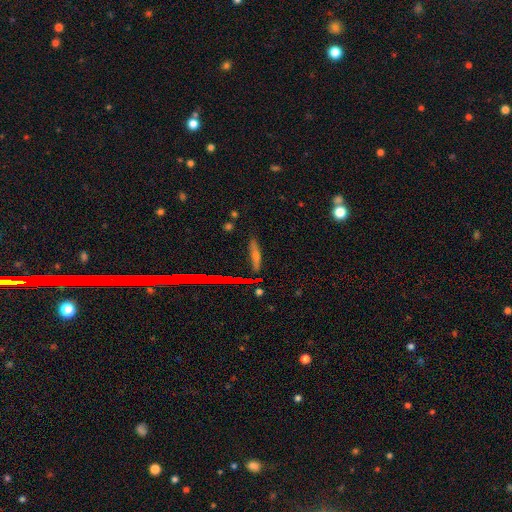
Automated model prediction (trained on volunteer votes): Q: Smooth or featured?
A: featured or disk (44%); runner-up: smooth (41%)
Q: Merging?
A: none (78%); runner-up: minor disturbance (14%)